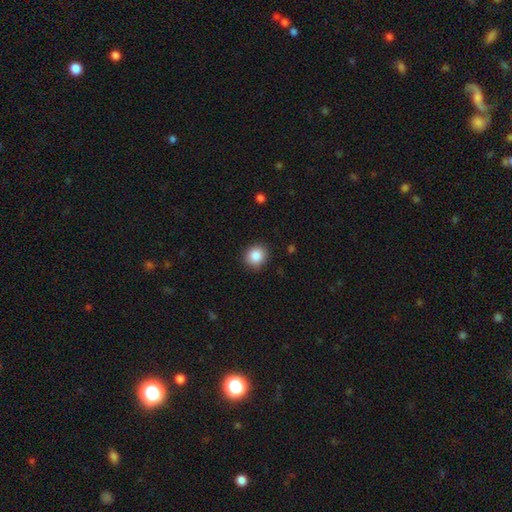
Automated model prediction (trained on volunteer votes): Overall: smooth (87%). How rounded: round (85%). Merging: none (89%).